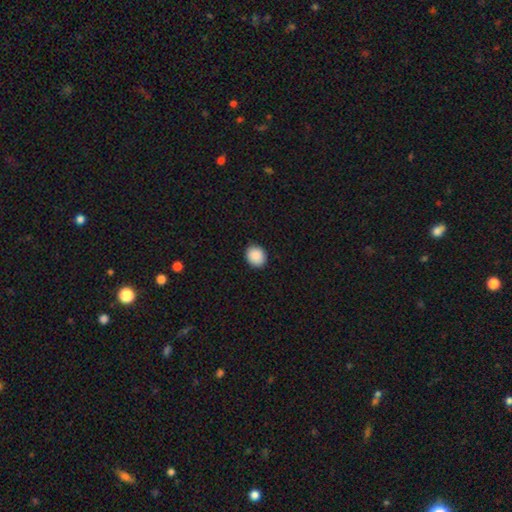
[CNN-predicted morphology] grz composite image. It shows a smooth galaxy with no disk features (90%) that is round (72%). Merging: none (90%).